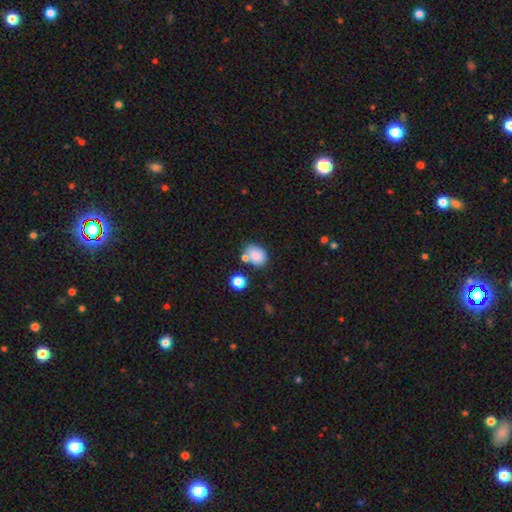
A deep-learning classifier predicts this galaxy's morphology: A smooth galaxy with no disk features (82%) that is in between round and cigar-shaped (62%).

Vote fractions:
- Smooth or featured? smooth: 82% / star or artifact: 9% / featured or disk: 9%
- How rounded? in between: 62% / round: 37% / cigar-shaped: 1%
- Merging? none: 57% / merger: 21% / minor disturbance: 17% / major disturbance: 5%